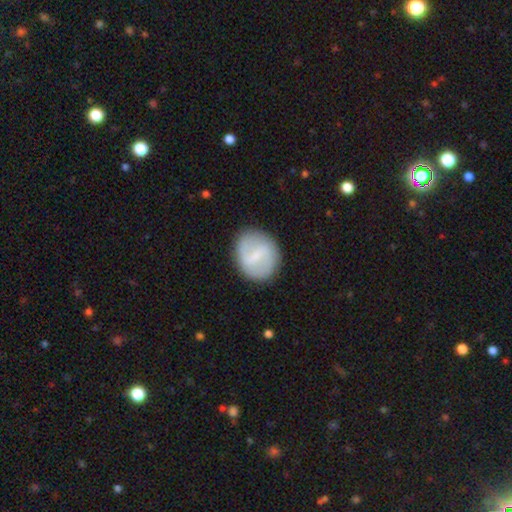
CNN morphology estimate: Overall: featured or disk (50%; smooth 44%). Merging: none (83%).